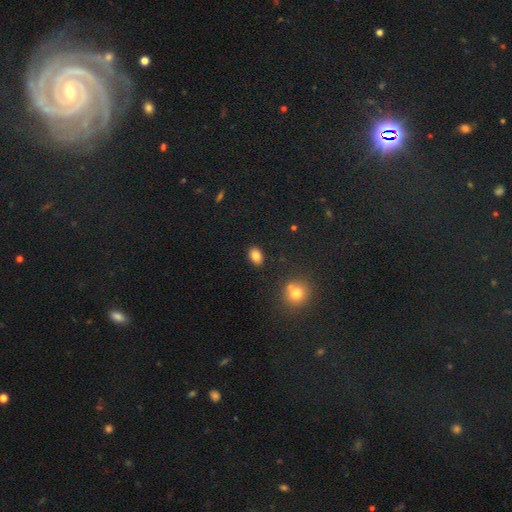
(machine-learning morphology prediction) smooth 85%, star or artifact 10%, featured or disk 5%. Down the decision tree: how rounded — in between (83%); merging — none (87%).